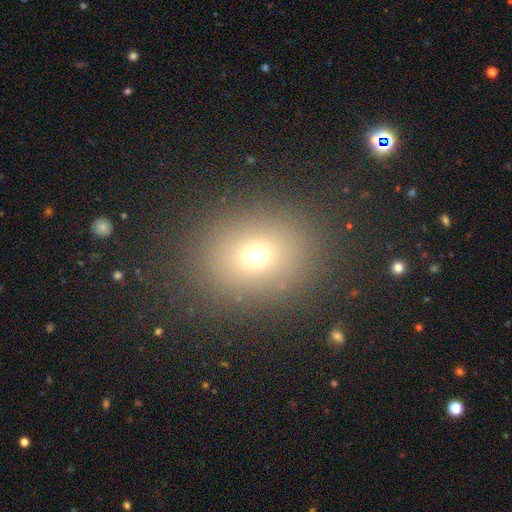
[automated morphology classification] smooth_or_featured: smooth (p=0.69) [alt: star or artifact p=0.20]
how_rounded: round (p=0.56) [alt: in between p=0.43]
merging: none (p=0.87) [alt: minor disturbance p=0.07]